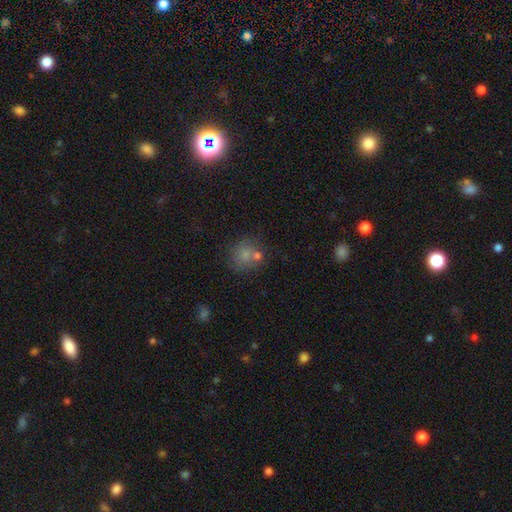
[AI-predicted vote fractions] This is likely a smooth galaxy (63%). How rounded: clearly round (82%). Merging: likely none (65%).